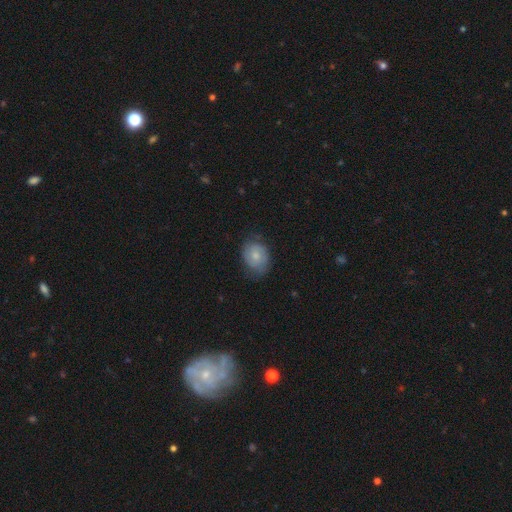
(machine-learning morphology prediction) smooth 60%, featured or disk 33%, star or artifact 7%. Down the decision tree: how rounded — in between (56%); merging — none (66%).